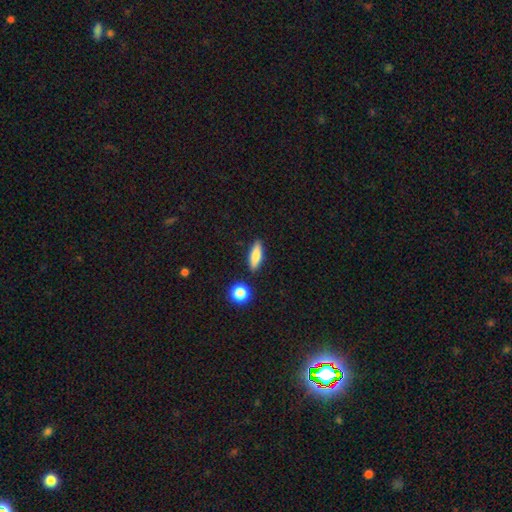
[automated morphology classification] type=smooth (78%); roundness=in between (49%); merging=none (86%).